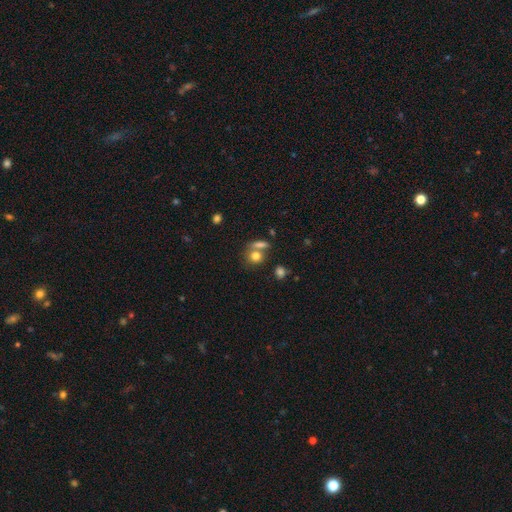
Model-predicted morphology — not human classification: Smooth or featured: smooth — 78% (star or artifact — 11%)
How rounded: round — 68% (in between — 29%)
Merging: none — 51% (merger — 34%)